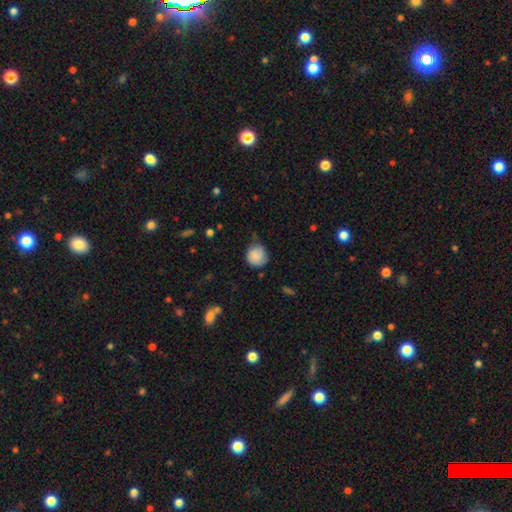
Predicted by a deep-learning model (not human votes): Smooth or featured? Predicted: smooth (p=0.86). How rounded? Predicted: round (p=0.90). Merging? Predicted: none (p=0.68).